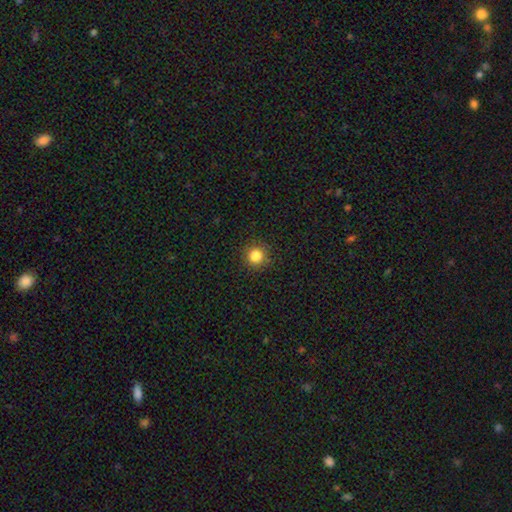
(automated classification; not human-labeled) A smooth galaxy with no disk features (84%) that is round (94%). Merging: none (91%).